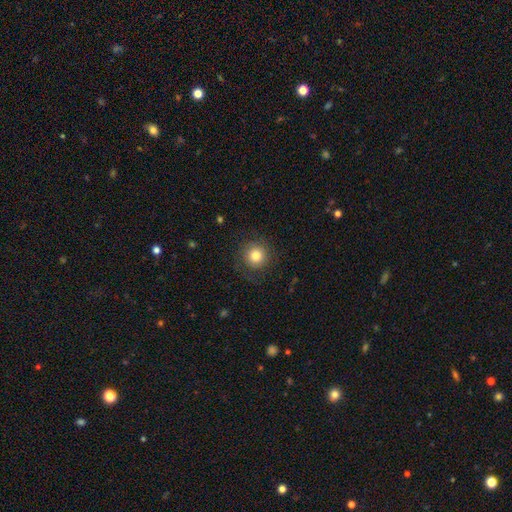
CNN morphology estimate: type=smooth (80%); roundness=round (94%); merging=none (84%).